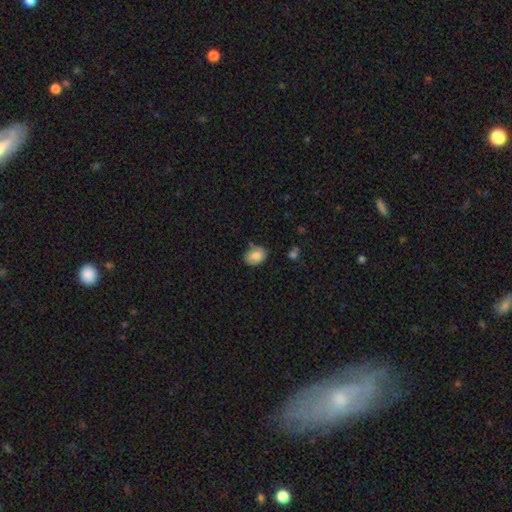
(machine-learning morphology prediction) smooth 79%, featured or disk 12%, star or artifact 8%. Down the decision tree: how rounded — in between (67%); merging — none (71%).